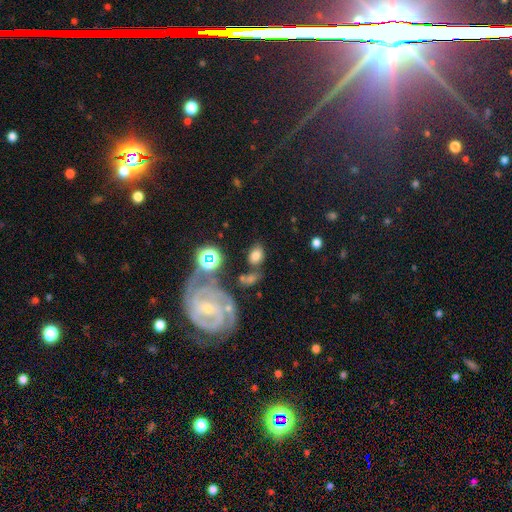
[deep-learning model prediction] smooth-or-featured: smooth: 63% | featured or disk: 22% | star or artifact: 15%
  how-rounded: in between: 75% | round: 24% | cigar-shaped: 2%
  merging: none: 63% | minor disturbance: 16% | merger: 12% | major disturbance: 8%